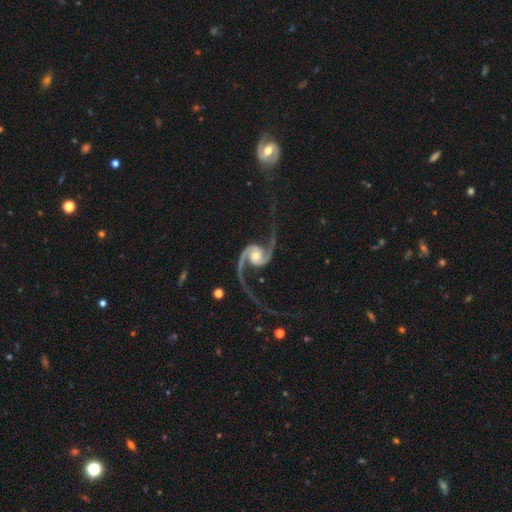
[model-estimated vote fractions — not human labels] Overall: featured or disk (94%). Edge-on disk: no (98%). Bar: no (65%; weak 25%). Spiral arms: yes (98%). Spiral arm count: 2 (94%). Spiral winding: loose (70%). Bulge size: moderate (56%; small 29%). Merging: none (65%).